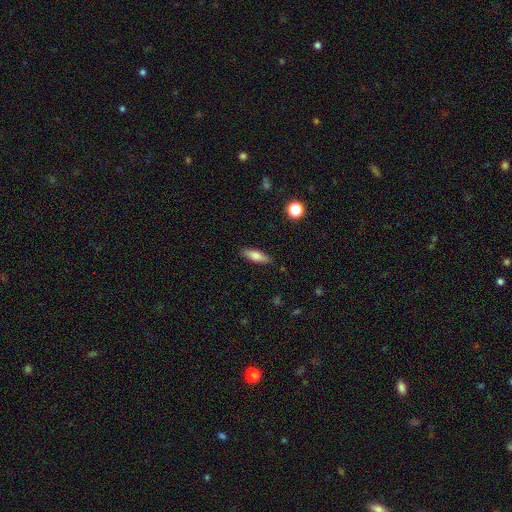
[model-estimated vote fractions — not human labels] Smooth or featured: smooth — 76% (featured or disk — 17%)
How rounded: in between — 54% (cigar-shaped — 43%)
Merging: none — 86% (minor disturbance — 10%)